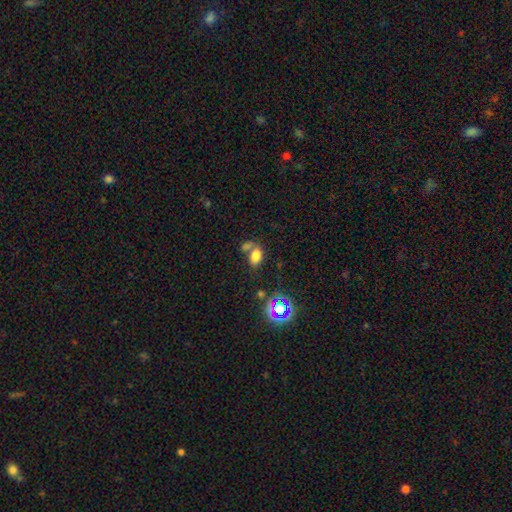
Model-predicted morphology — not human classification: The model was most divided on "merging": none: 43%, merger: 39%, minor disturbance: 12%, major disturbance: 7%. More confident: how rounded — in between (83%); smooth or featured — smooth (75%).